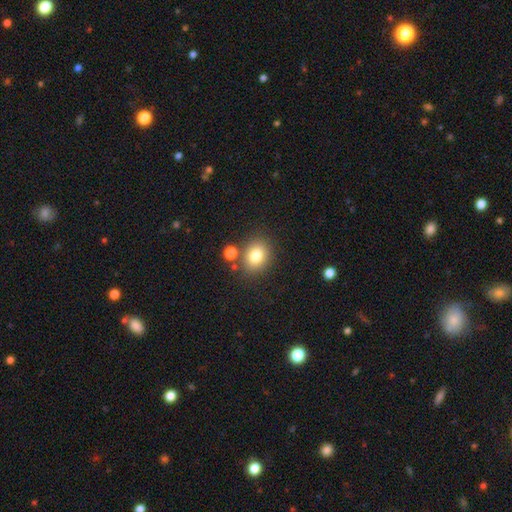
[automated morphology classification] Q: Smooth or featured?
A: smooth (81%); runner-up: star or artifact (11%)
Q: How rounded?
A: round (56%); runner-up: in between (43%)
Q: Merging?
A: none (77%); runner-up: minor disturbance (10%)